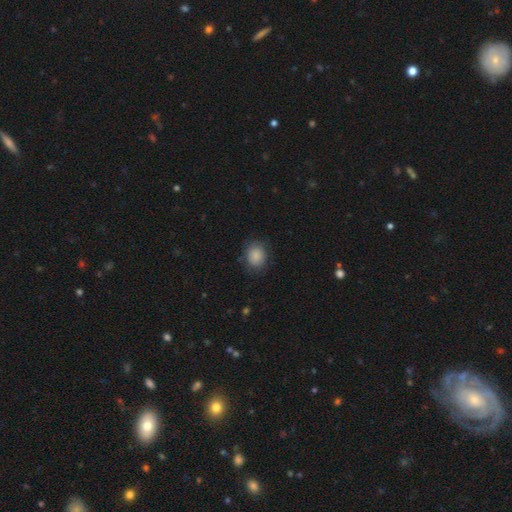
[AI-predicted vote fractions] smooth-or-featured: smooth: 87% | star or artifact: 8% | featured or disk: 5%
  how-rounded: round: 63% | in between: 36% | cigar-shaped: 1%
  merging: none: 78% | minor disturbance: 16% | major disturbance: 5% | merger: 1%